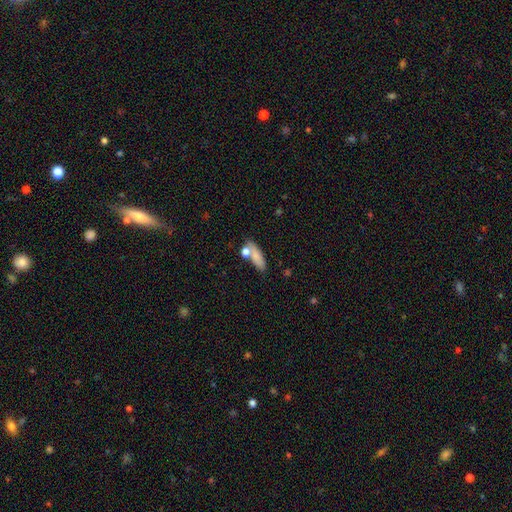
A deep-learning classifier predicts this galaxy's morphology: This is likely a smooth galaxy (77%). How rounded: possibly in between (59%). Merging: possibly none (55%).